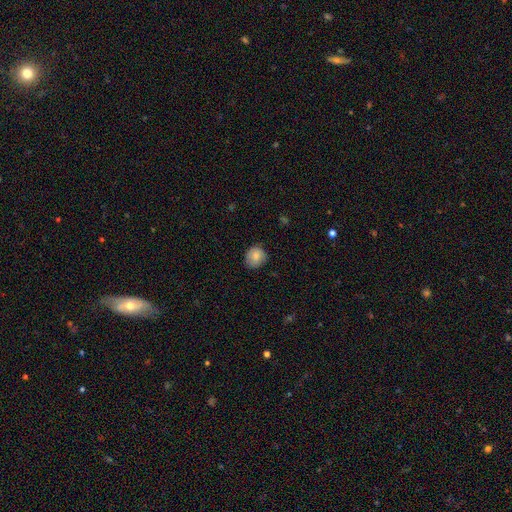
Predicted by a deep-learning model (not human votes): A smooth galaxy with no disk features (80%) that is round (84%).

Vote fractions:
- Smooth or featured? smooth: 80% / featured or disk: 11% / star or artifact: 8%
- How rounded? round: 84% / in between: 15% / cigar-shaped: 1%
- Merging? none: 81% / minor disturbance: 16% / major disturbance: 3% / merger: 1%